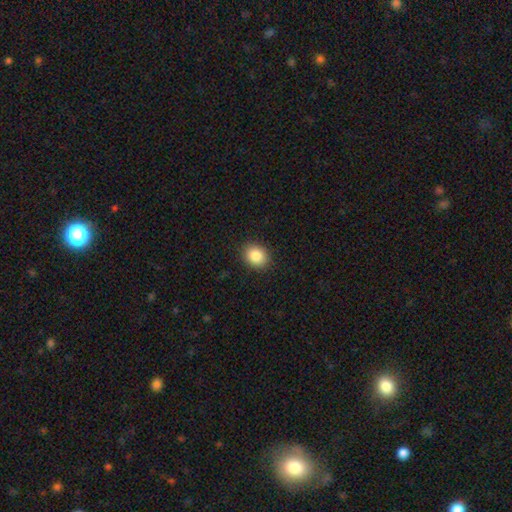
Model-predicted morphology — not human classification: smooth_or_featured: smooth (p=0.85) [alt: star or artifact p=0.09]
how_rounded: round (p=0.60) [alt: in between p=0.40]
merging: none (p=0.90) [alt: minor disturbance p=0.07]